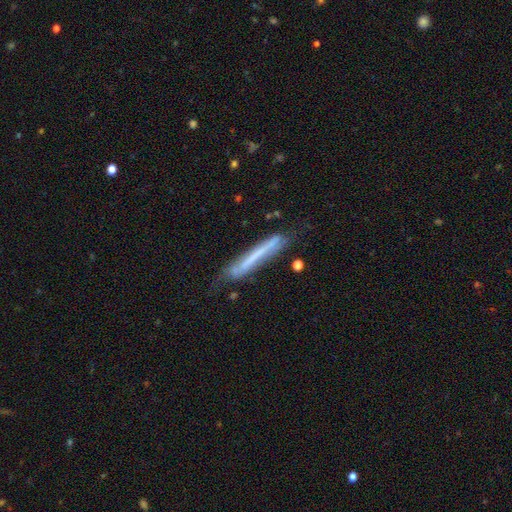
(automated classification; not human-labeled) Smooth or featured? featured or disk (47%)
Merging? none (63%)